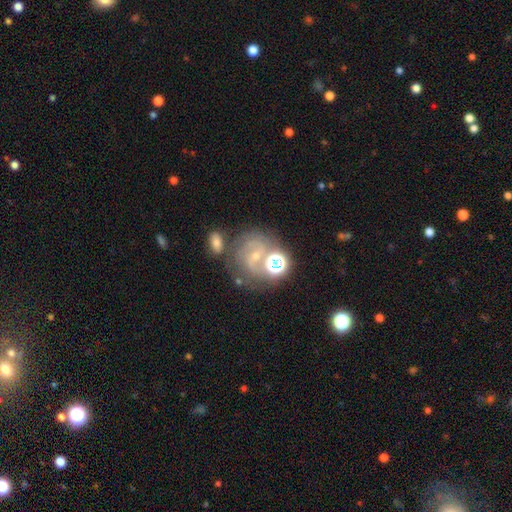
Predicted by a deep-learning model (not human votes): Smooth or featured? Predicted: featured or disk (p=0.65). Edge-on disk? Predicted: no (p=0.98). Bar? Predicted: no (p=0.45). Spiral arms? Predicted: yes (p=0.88). Spiral winding? Predicted: medium (p=0.45). Spiral arm count? Predicted: 2 (p=0.55). Bulge size? Predicted: small (p=0.58). Merging? Predicted: none (p=0.53).